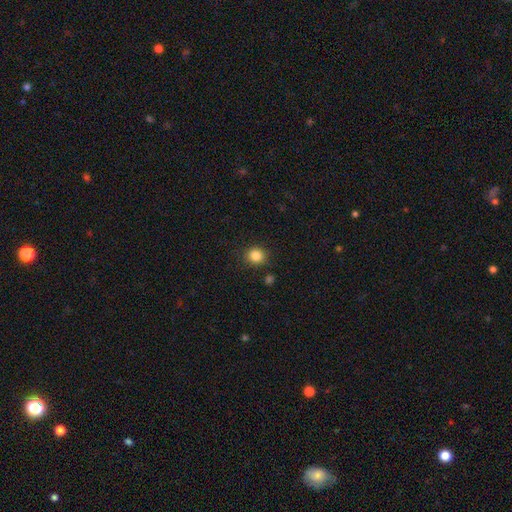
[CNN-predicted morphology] smooth 85%, star or artifact 11%, featured or disk 4%. Down the decision tree: how rounded — round (81%); merging — none (87%).